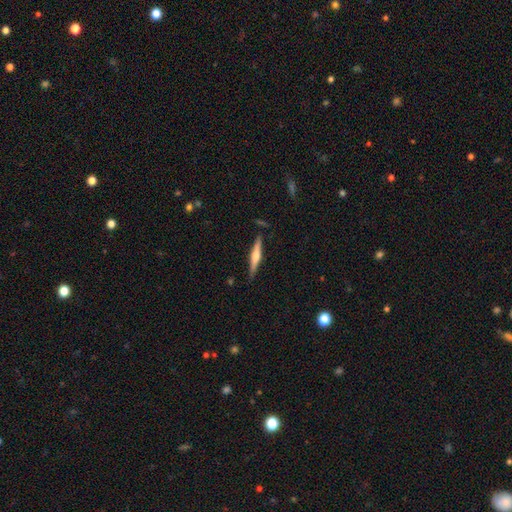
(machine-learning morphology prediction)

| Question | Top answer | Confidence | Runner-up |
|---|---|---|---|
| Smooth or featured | featured or disk | 63% | smooth (31%) |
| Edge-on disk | yes | 97% | no (3%) |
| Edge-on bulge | rounded | 85% | boxy (9%) |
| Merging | none | 87% | minor disturbance (10%) |